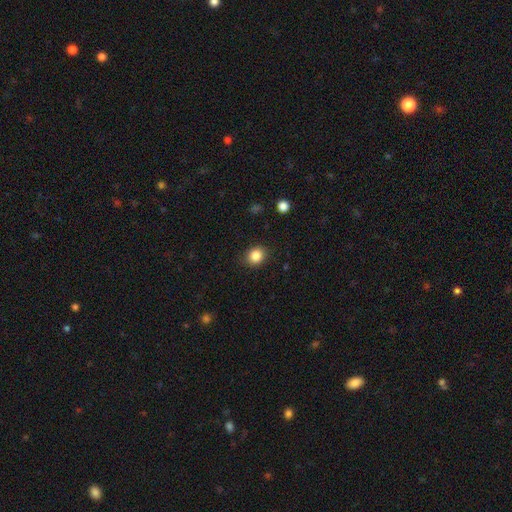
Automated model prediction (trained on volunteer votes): smooth_or_featured: smooth (p=0.85) [alt: star or artifact p=0.10]
how_rounded: round (p=0.70) [alt: in between p=0.29]
merging: none (p=0.88) [alt: minor disturbance p=0.08]